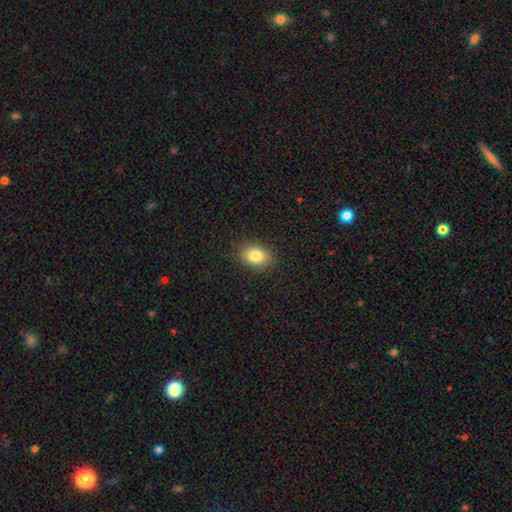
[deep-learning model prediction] smooth_or_featured: smooth (p=0.84) [alt: star or artifact p=0.09]
how_rounded: in between (p=0.74) [alt: round p=0.24]
merging: none (p=0.87) [alt: minor disturbance p=0.09]